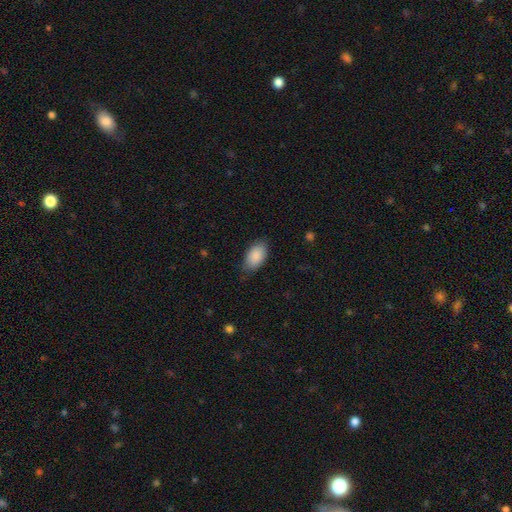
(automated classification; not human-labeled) smooth_or_featured: smooth (p=0.89) [alt: star or artifact p=0.06]
how_rounded: in between (p=0.94) [alt: round p=0.04]
merging: none (p=0.78) [alt: minor disturbance p=0.18]